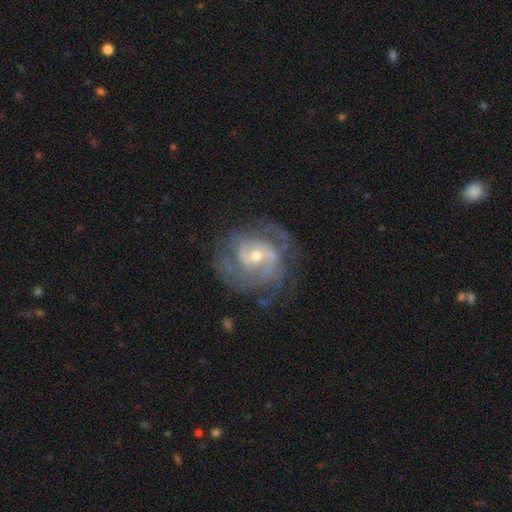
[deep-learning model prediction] Smooth or featured? Predicted: featured or disk (p=0.88). Edge-on disk? Predicted: no (p=0.98). Bar? Predicted: no (p=0.50). Spiral arms? Predicted: yes (p=0.96). Spiral winding? Predicted: tight (p=0.54). Spiral arm count? Predicted: 2 (p=0.38). Bulge size? Predicted: small (p=0.53). Merging? Predicted: none (p=0.70).